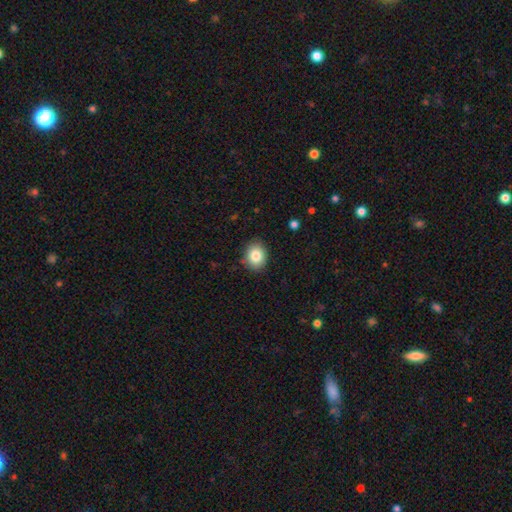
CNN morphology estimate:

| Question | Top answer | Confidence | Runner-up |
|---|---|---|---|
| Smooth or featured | smooth | 83% | star or artifact (9%) |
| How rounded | in between | 52% | round (47%) |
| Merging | none | 86% | minor disturbance (11%) |